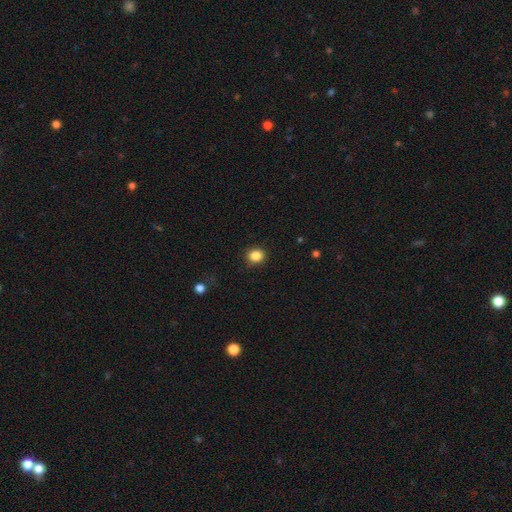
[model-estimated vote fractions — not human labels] Smooth or featured? Predicted: smooth (p=0.86). How rounded? Predicted: round (p=0.84). Merging? Predicted: none (p=0.88).